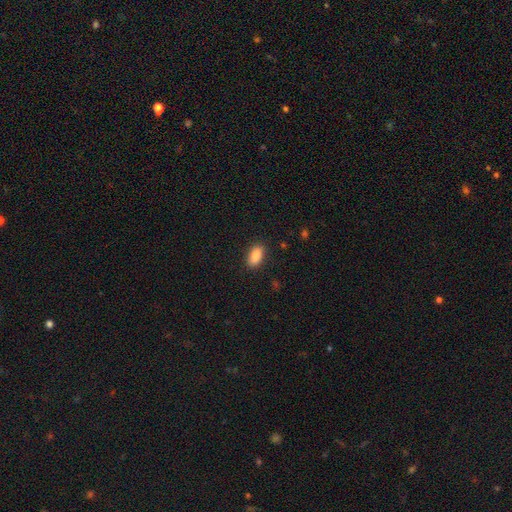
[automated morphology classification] smooth-or-featured: smooth: 86% | star or artifact: 7% | featured or disk: 6%
  how-rounded: in between: 88% | cigar-shaped: 8% | round: 4%
  merging: none: 88% | minor disturbance: 9% | major disturbance: 2% | merger: 1%